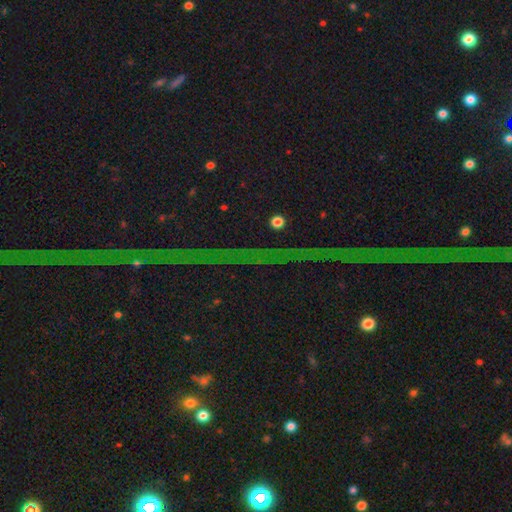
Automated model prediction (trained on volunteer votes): The model was most divided on "smooth or featured": star or artifact: 83%, featured or disk: 10%, smooth: 7%.